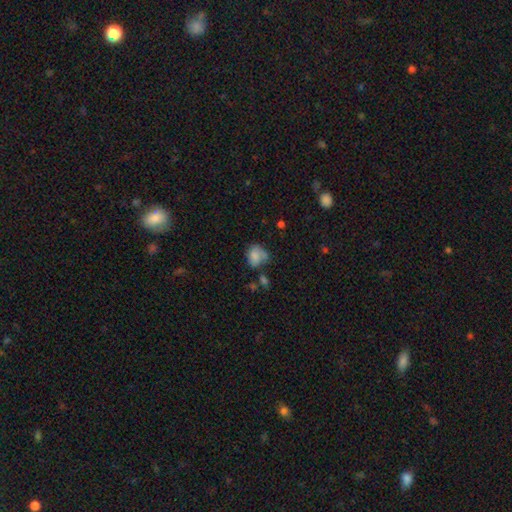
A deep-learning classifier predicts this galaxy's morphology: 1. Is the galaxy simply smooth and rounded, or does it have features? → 72% smooth, 18% featured or disk, 10% star or artifact.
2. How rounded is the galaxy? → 53% round, 46% in between, 1% cigar-shaped.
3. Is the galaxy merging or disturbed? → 38% none, 31% minor disturbance, 19% major disturbance, 12% merger.